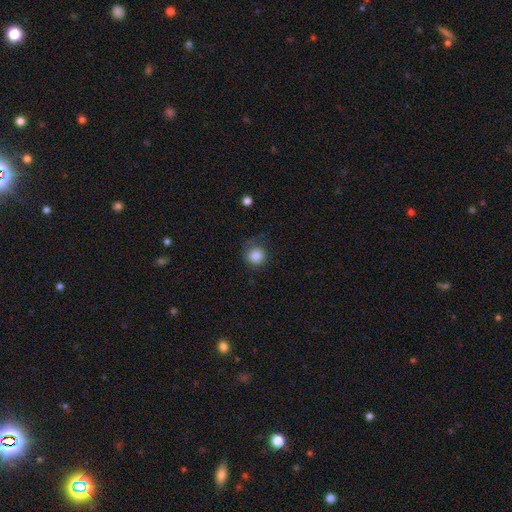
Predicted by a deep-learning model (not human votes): Smooth or featured?
  - smooth: 85% *
  - star or artifact: 10%
  - featured or disk: 6%
How rounded?
  - round: 91% *
  - in between: 8%
  - cigar-shaped: 1%
Merging?
  - none: 68% *
  - minor disturbance: 21%
  - major disturbance: 10%
  - merger: 2%